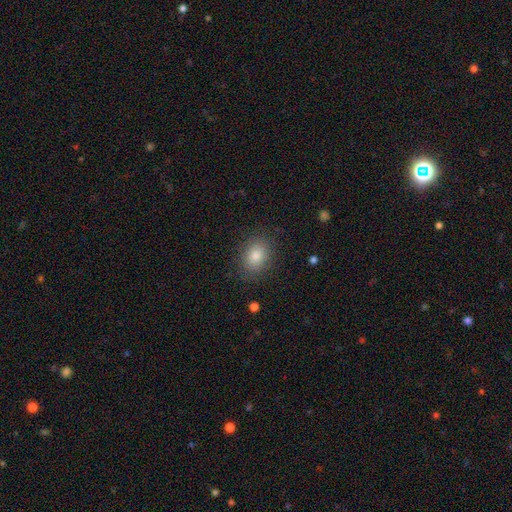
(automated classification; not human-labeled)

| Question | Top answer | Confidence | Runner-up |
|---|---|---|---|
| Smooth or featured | smooth | 82% | star or artifact (11%) |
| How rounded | in between | 63% | round (35%) |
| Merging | none | 87% | minor disturbance (9%) |